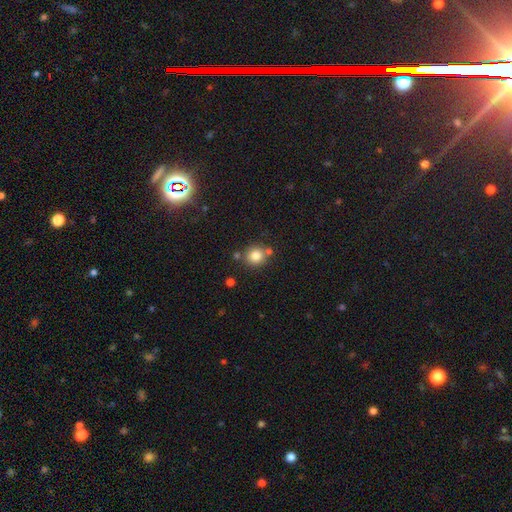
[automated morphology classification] This appears to be a smooth galaxy with no disk features (82%) that is round (88%). Merging: none (74%).